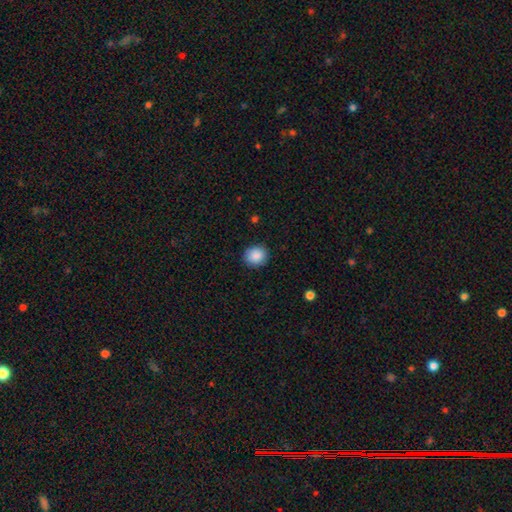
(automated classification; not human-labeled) Smooth or featured: smooth — 89% (star or artifact — 8%)
How rounded: round — 70% (in between — 29%)
Merging: none — 88% (minor disturbance — 8%)